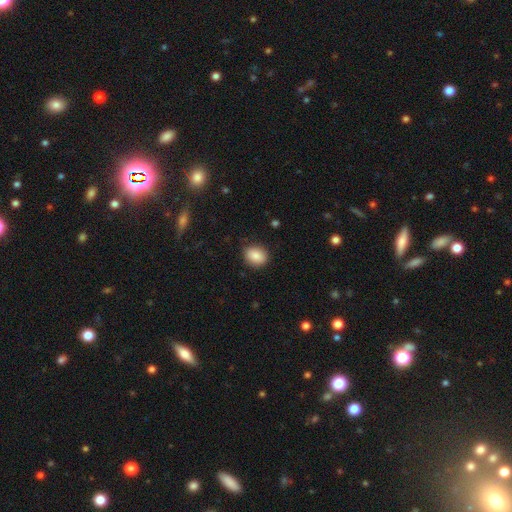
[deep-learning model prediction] Smooth or featured: smooth — 87% (star or artifact — 8%)
How rounded: round — 54% (in between — 45%)
Merging: none — 86% (minor disturbance — 11%)